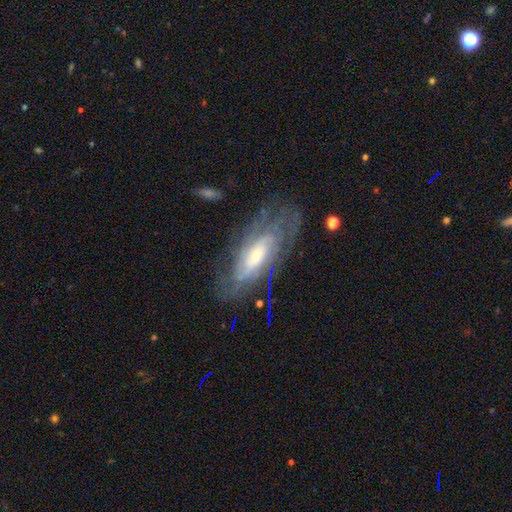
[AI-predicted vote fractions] smooth_or_featured: featured or disk (p=0.79) [alt: smooth p=0.14]
disk_edge_on: no (p=0.87) [alt: yes p=0.13]
bar: no (p=0.56) [alt: weak p=0.33]
has_spiral_arms: yes (p=0.90) [alt: no p=0.10]
spiral_winding: tight (p=0.62) [alt: medium p=0.29]
spiral_arm_count: can't tell (p=0.53) [alt: 2 p=0.18]
bulge_size: small (p=0.49) [alt: moderate p=0.39]
merging: none (p=0.71) [alt: minor disturbance p=0.19]